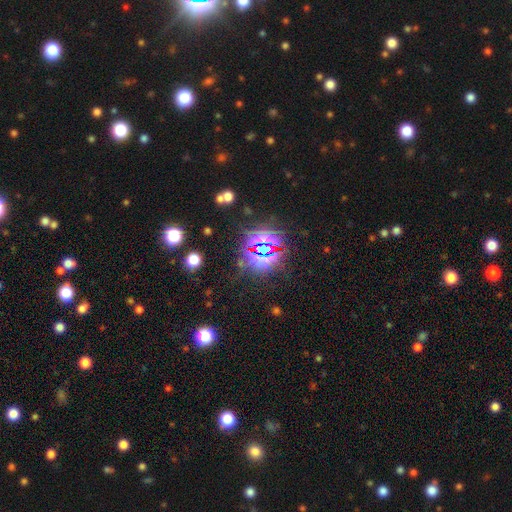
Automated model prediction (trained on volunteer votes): Q: Smooth or featured?
A: star or artifact (78%); runner-up: smooth (15%)